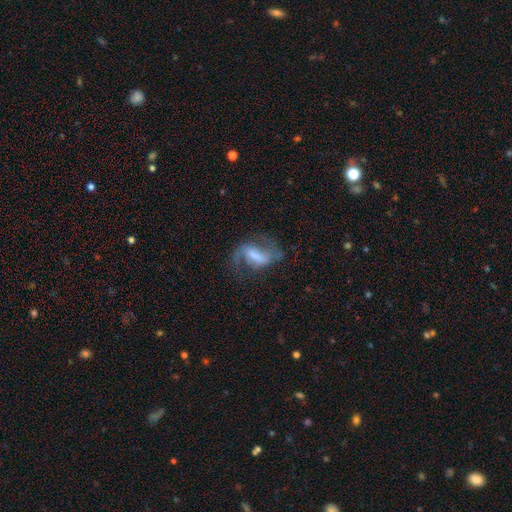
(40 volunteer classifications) Q: Smooth or featured?
A: featured or disk (82%); runner-up: star or artifact (10%)
Q: Edge-on disk?
A: no (97%); runner-up: yes (3%)
Q: Bar?
A: strong (50%); runner-up: weak (44%)
Q: Spiral arms?
A: yes (100%)
Q: Spiral winding?
A: loose (59%); runner-up: medium (34%)
Q: Spiral arm count?
A: 2 (94%); runner-up: 1 (3%)
Q: Bulge size?
A: none (41%); runner-up: moderate (22%)
Q: Merging?
A: none (61%); runner-up: minor disturbance (22%)